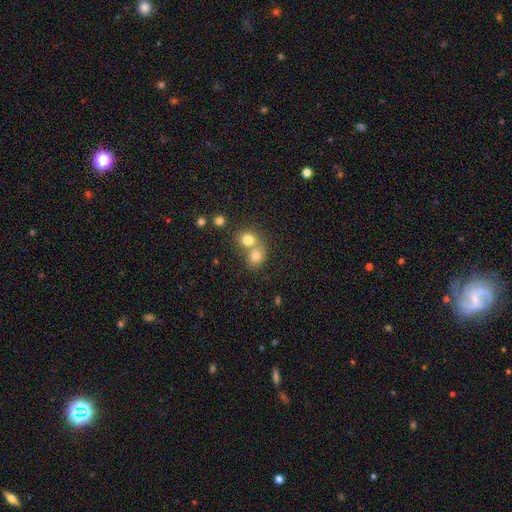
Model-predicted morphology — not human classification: This appears to be a smooth galaxy with no disk features (76%) that is round (64%). Merging: merger (61%).